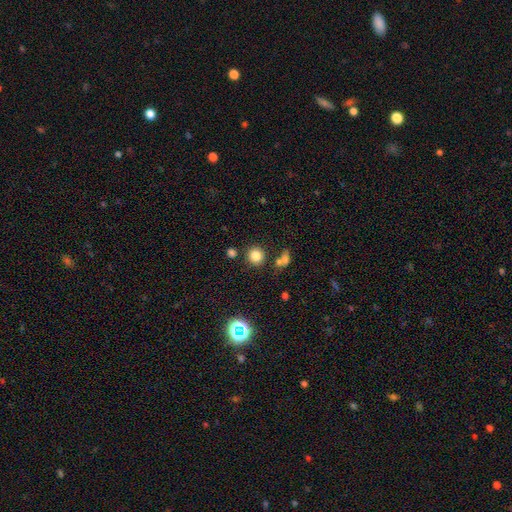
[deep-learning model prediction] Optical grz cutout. It shows a smooth galaxy with no disk features (79%) that is round (90%). Merging: none (79%).